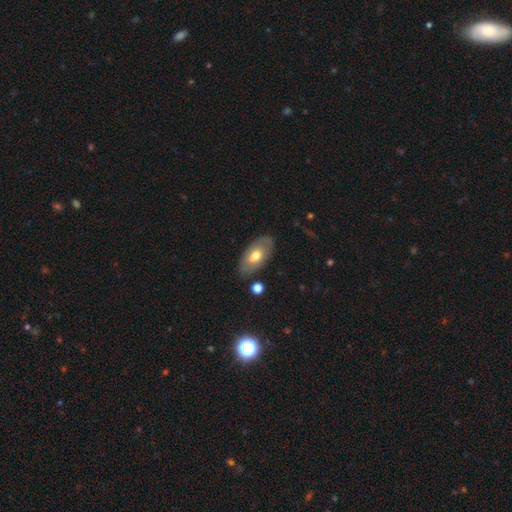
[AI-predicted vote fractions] Morphology: type=smooth (57%); roundness=in between (92%); merging=none (80%).